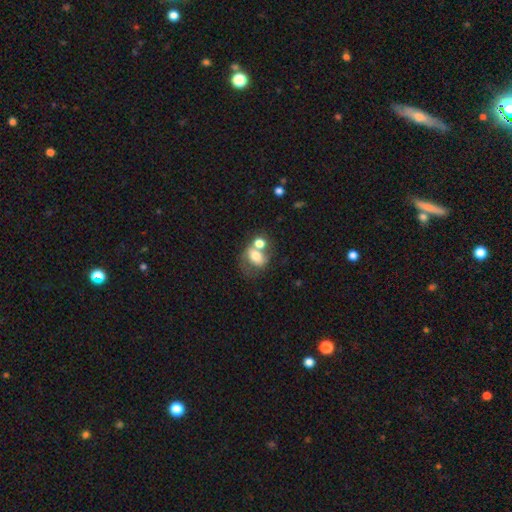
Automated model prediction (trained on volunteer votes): Smooth or featured? smooth (63%)
How rounded? in between (61%)
Merging? merger (49%)